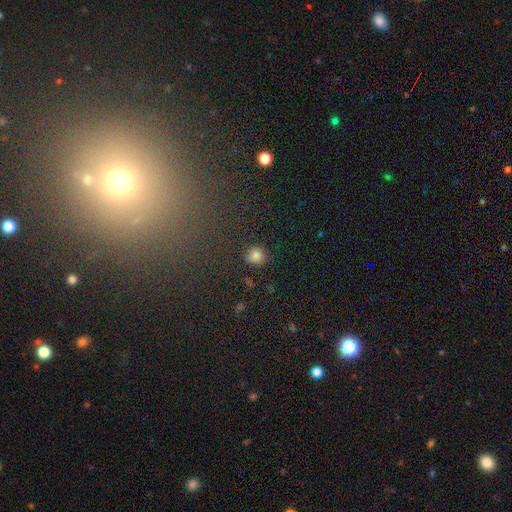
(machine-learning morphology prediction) Overall: smooth (81%). How rounded: round (91%). Merging: none (85%).